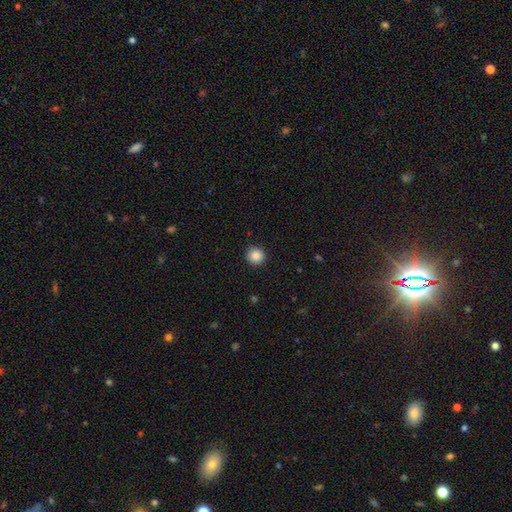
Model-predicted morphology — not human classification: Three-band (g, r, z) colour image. It shows a smooth galaxy with no disk features (88%) that is round (93%). Merging: none (91%).